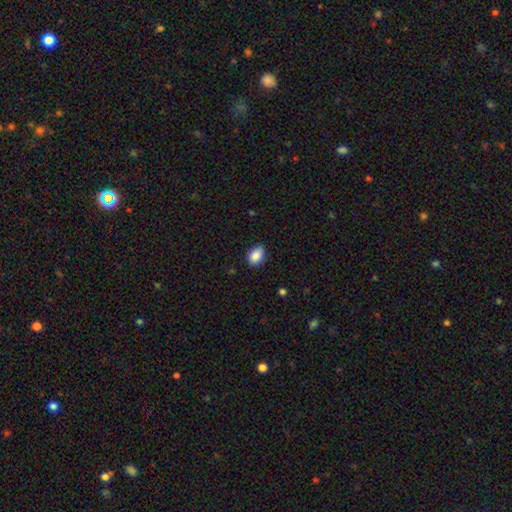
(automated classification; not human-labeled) smooth-or-featured: smooth: 88% | star or artifact: 8% | featured or disk: 4%
  how-rounded: in between: 81% | round: 18% | cigar-shaped: 1%
  merging: none: 83% | minor disturbance: 13% | major disturbance: 2% | merger: 1%